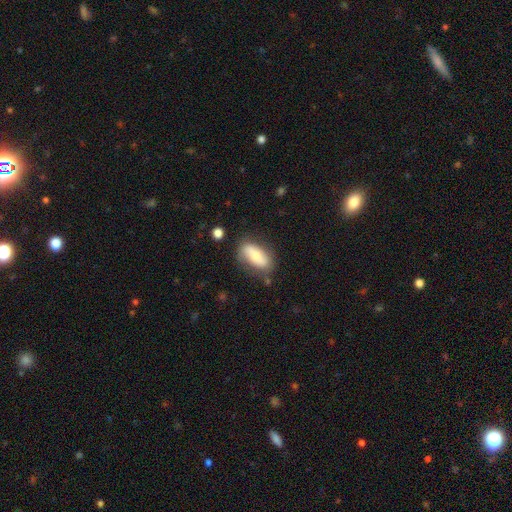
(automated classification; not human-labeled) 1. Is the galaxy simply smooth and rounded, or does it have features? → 63% smooth, 31% featured or disk, 7% star or artifact.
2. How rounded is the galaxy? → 83% in between, 14% cigar-shaped, 4% round.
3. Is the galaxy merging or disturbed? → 74% none, 18% minor disturbance, 5% major disturbance, 3% merger.